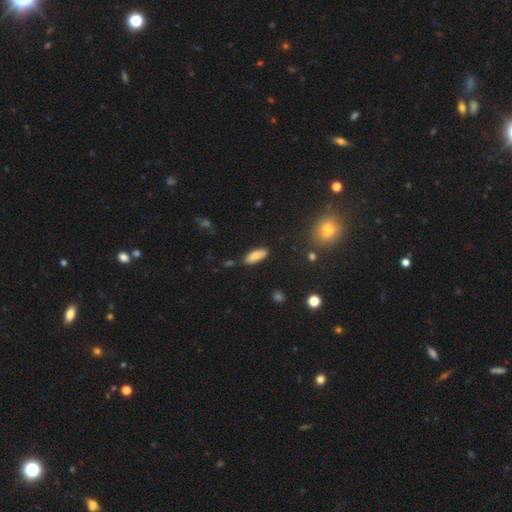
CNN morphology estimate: A smooth galaxy with no disk features (81%) that is in between round and cigar-shaped (72%).

Vote fractions:
- Smooth or featured? smooth: 81% / featured or disk: 11% / star or artifact: 8%
- How rounded? in between: 72% / cigar-shaped: 26% / round: 2%
- Merging? none: 83% / minor disturbance: 12% / major disturbance: 2% / merger: 2%